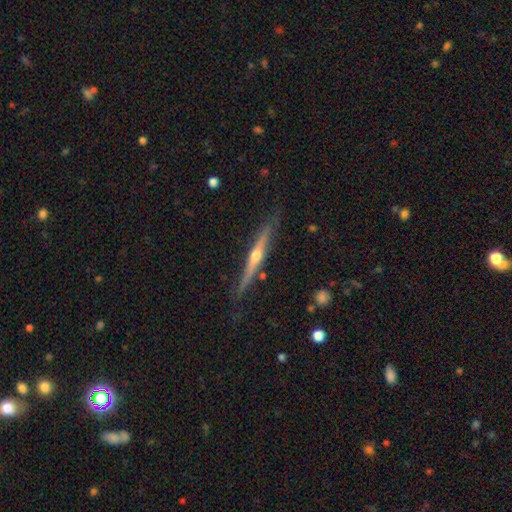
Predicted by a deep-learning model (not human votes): featured or disk 76%, smooth 19%, star or artifact 6%. Down the decision tree: edge-on disk — yes (97%); edge-on bulge — rounded (88%); merging — none (82%).